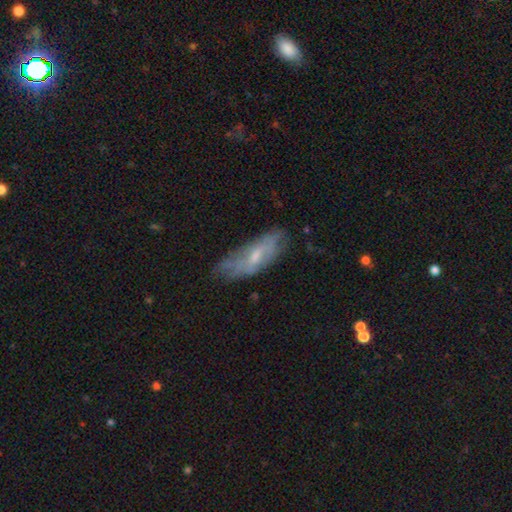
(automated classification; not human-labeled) Smooth or featured: featured or disk — 52% (smooth — 41%)
Edge-on disk: no — 77% (yes — 23%)
Merging: none — 57% (minor disturbance — 29%)